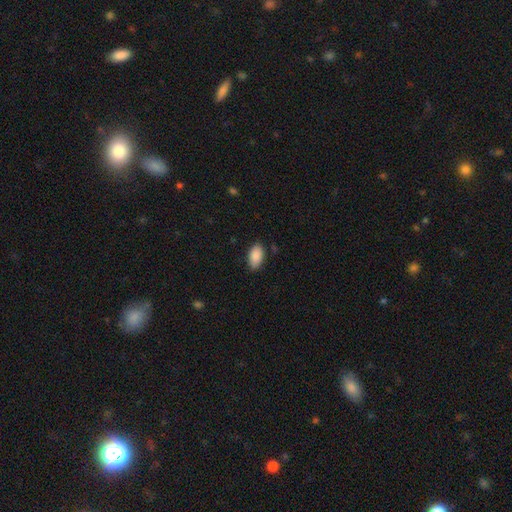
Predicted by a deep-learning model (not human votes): A smooth galaxy with no disk features (89%) that is in between round and cigar-shaped (94%).

Vote fractions:
- Smooth or featured? smooth: 89% / star or artifact: 7% / featured or disk: 5%
- How rounded? in between: 94% / round: 4% / cigar-shaped: 2%
- Merging? none: 84% / minor disturbance: 12% / major disturbance: 2% / merger: 1%